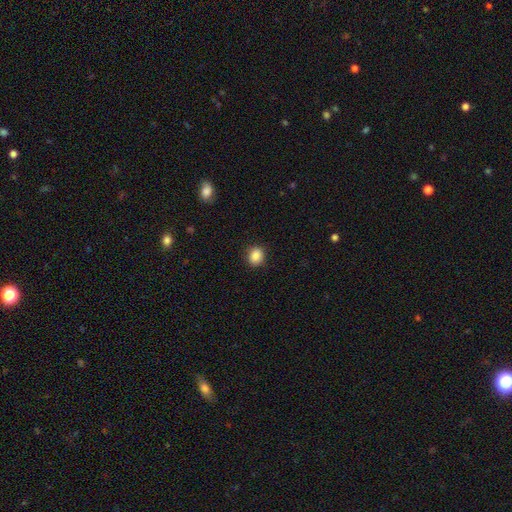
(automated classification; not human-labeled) smooth-or-featured: smooth: 88% | star or artifact: 9% | featured or disk: 3%
  how-rounded: round: 65% | in between: 34% | cigar-shaped: 1%
  merging: none: 88% | minor disturbance: 9% | major disturbance: 2% | merger: 1%